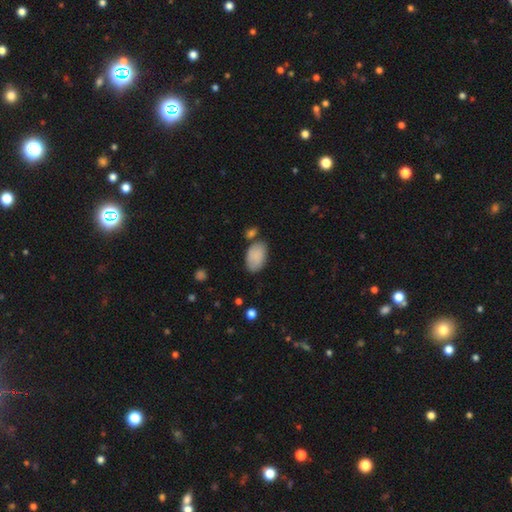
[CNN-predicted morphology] Q: Smooth or featured?
A: smooth (86%); runner-up: featured or disk (8%)
Q: How rounded?
A: in between (94%); runner-up: round (5%)
Q: Merging?
A: none (65%); runner-up: minor disturbance (19%)